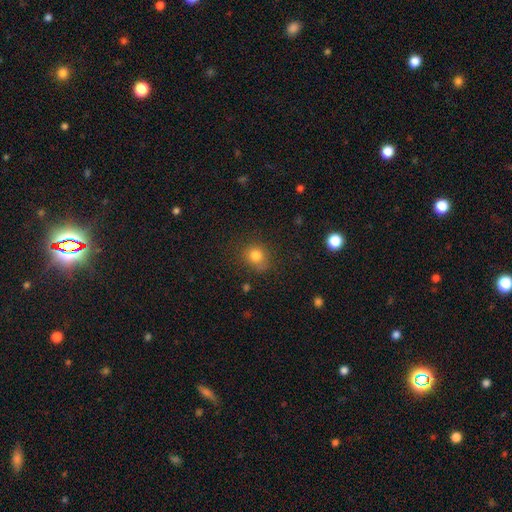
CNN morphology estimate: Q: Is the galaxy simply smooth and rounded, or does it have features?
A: smooth — 80%.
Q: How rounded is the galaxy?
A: round — 76%.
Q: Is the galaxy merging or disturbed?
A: none — 75%.